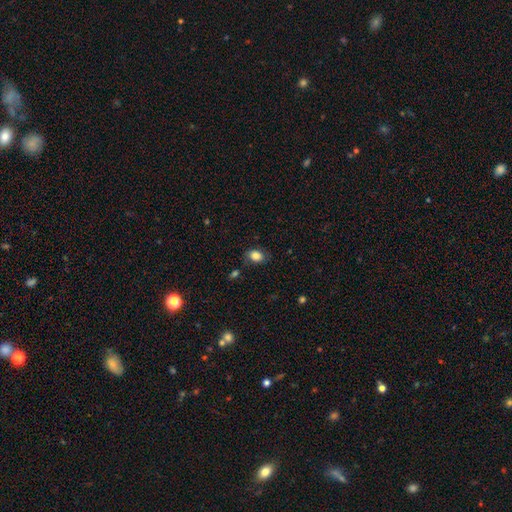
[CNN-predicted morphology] Smooth or featured?
  - smooth: 83% *
  - star or artifact: 9%
  - featured or disk: 8%
How rounded?
  - in between: 76% *
  - round: 23%
  - cigar-shaped: 1%
Merging?
  - none: 76% *
  - minor disturbance: 17%
  - major disturbance: 5%
  - merger: 3%